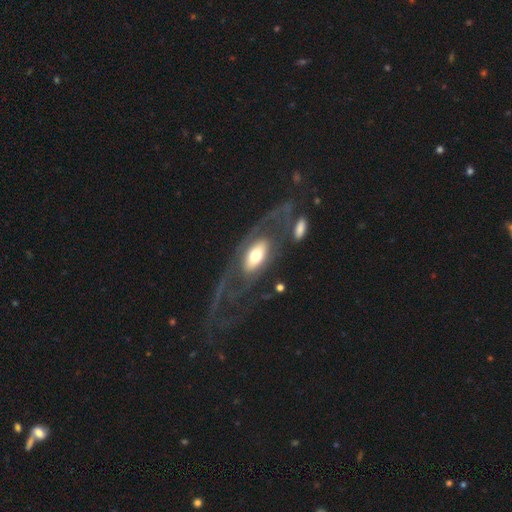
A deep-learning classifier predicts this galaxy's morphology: This is likely a featured or disk galaxy (66%). It is clearly not viewed edge-on (86%). Bar: likely no (66%). Spiral arm pattern: possibly yes (58%). Central bulge: possibly moderate (49%). Merging: possibly none (52%).